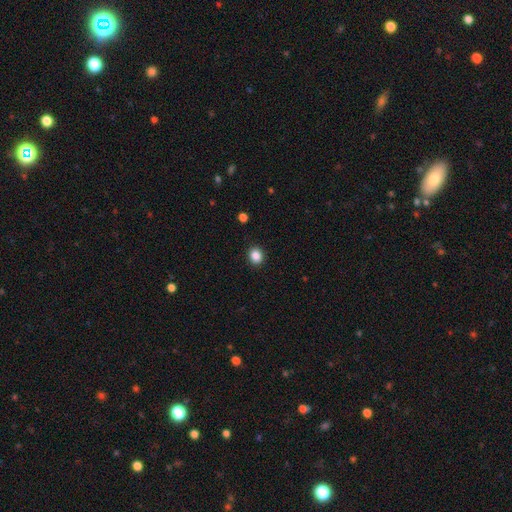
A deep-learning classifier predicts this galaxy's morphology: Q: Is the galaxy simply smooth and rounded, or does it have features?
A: smooth — 86%.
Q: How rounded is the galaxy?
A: round — 68%.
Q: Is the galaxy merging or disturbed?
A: none — 91%.